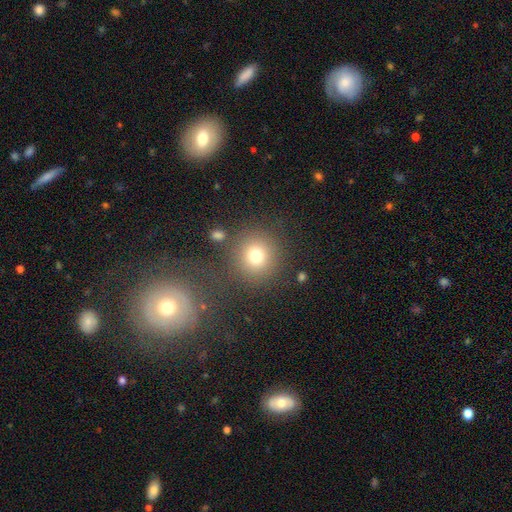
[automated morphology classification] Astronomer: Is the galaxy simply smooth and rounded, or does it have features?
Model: smooth — 76%.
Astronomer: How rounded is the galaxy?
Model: round — 91%.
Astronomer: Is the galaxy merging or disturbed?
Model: none — 80%.